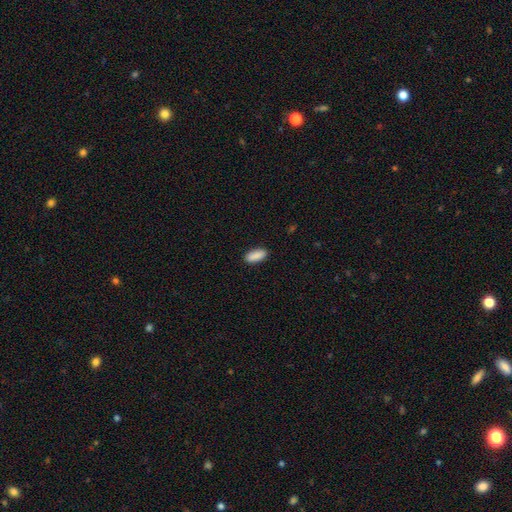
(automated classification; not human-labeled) Smooth or featured?
  - smooth: 90% *
  - star or artifact: 6%
  - featured or disk: 3%
How rounded?
  - in between: 81% *
  - cigar-shaped: 17%
  - round: 2%
Merging?
  - none: 89% *
  - minor disturbance: 8%
  - major disturbance: 2%
  - merger: 1%